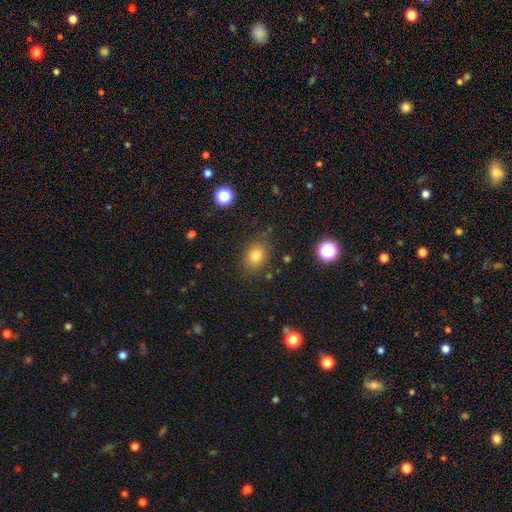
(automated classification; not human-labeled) A smooth galaxy with no disk features (79%) that is in between round and cigar-shaped (57%). Merging: none (78%).